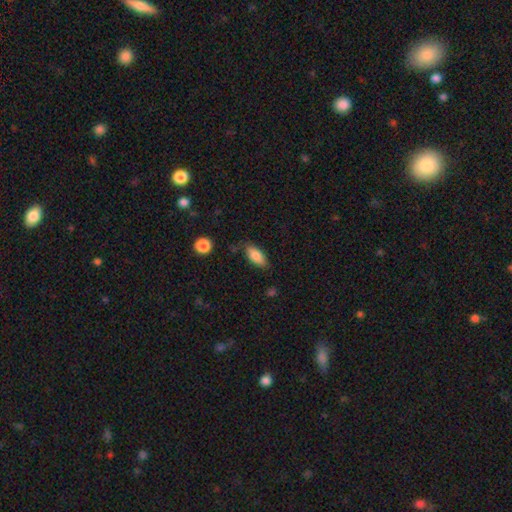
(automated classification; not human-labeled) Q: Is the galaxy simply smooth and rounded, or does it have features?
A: smooth — 82%.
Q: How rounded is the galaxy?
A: in between — 85%.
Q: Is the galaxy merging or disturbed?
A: none — 77%.